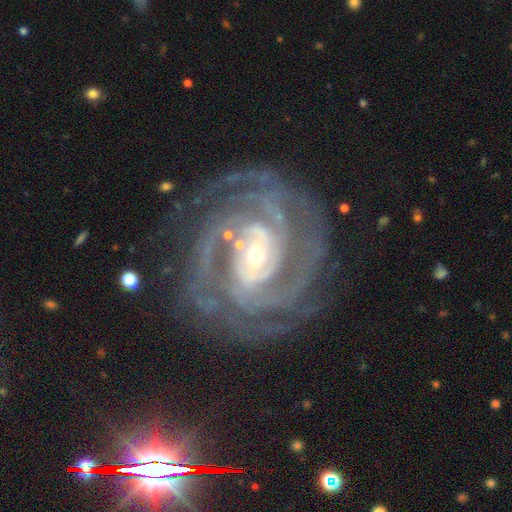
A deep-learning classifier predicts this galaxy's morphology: This is clearly a featured or disk galaxy (93%). It is clearly not viewed edge-on (98%). Bar: marginally weak (40%). Spiral arm pattern: clearly yes (98%). Spiral arm count: marginally 2 (28%). Spiral winding: likely tight (63%). Central bulge: possibly small (52%). Merging: likely none (73%).